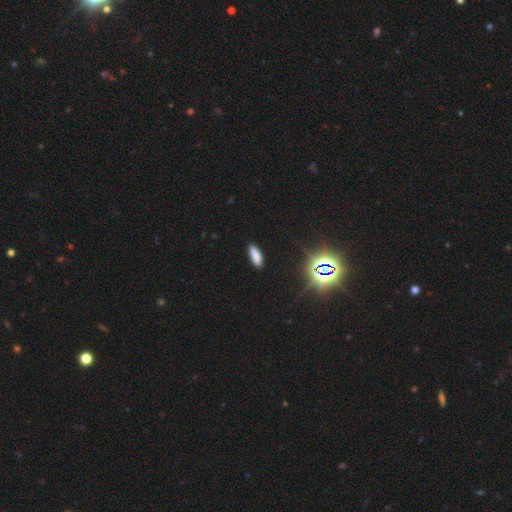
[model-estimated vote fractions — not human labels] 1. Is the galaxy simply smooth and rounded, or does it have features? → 81% smooth, 14% star or artifact, 6% featured or disk.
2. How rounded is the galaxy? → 63% in between, 35% cigar-shaped, 2% round.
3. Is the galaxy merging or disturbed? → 87% none, 10% minor disturbance, 2% major disturbance, 1% merger.